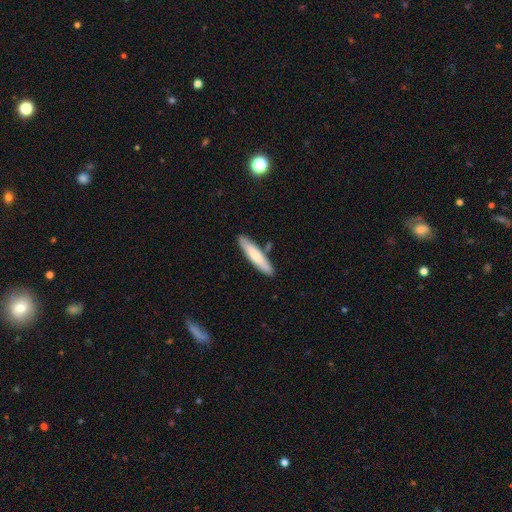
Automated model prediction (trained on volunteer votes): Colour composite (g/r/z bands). It shows a smooth galaxy with no disk features (75%) that is cigar-shaped (86%). Merging: none (84%).